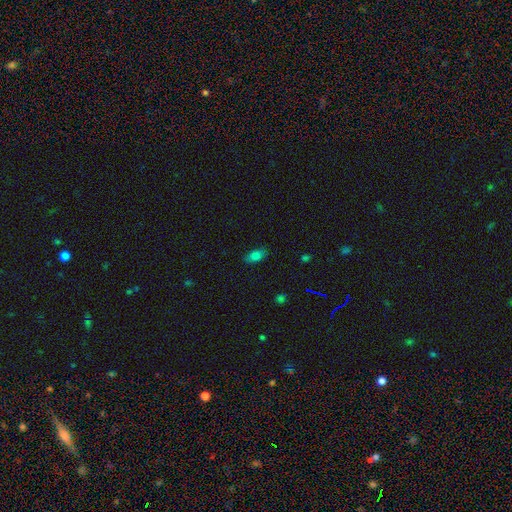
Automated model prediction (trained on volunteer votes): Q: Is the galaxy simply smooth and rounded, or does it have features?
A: smooth — 77%.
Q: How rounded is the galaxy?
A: in between — 87%.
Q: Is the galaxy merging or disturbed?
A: none — 84%.